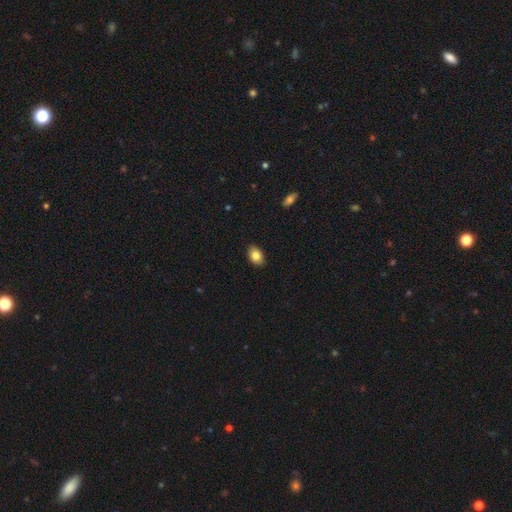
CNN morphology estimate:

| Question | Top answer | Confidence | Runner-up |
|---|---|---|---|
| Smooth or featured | smooth | 83% | featured or disk (9%) |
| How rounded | in between | 85% | round (13%) |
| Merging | none | 87% | minor disturbance (10%) |